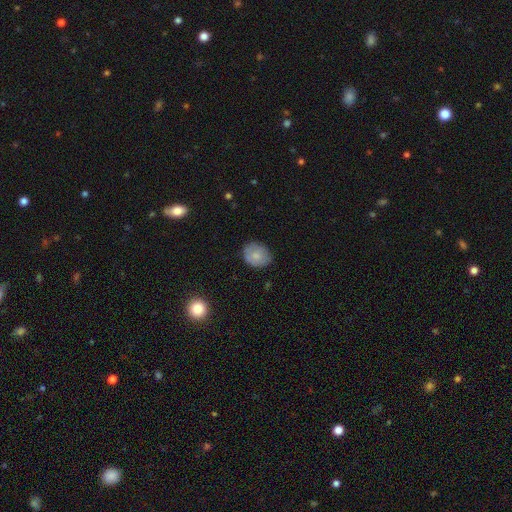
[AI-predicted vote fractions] Q: Smooth or featured?
A: smooth (78%); runner-up: featured or disk (14%)
Q: How rounded?
A: round (58%); runner-up: in between (41%)
Q: Merging?
A: none (76%); runner-up: minor disturbance (19%)